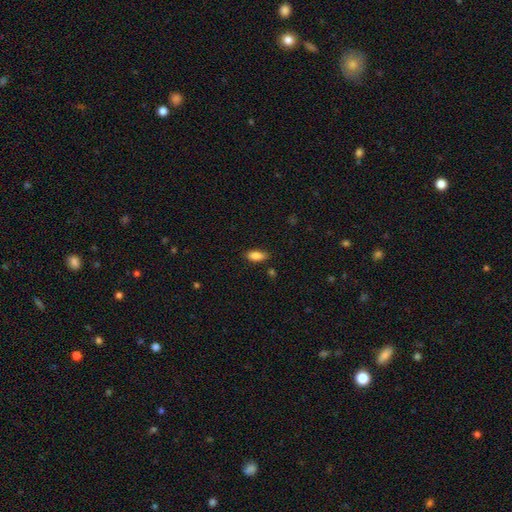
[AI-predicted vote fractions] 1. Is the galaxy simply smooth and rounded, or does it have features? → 86% smooth, 8% star or artifact, 6% featured or disk.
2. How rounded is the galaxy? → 86% in between, 11% cigar-shaped, 3% round.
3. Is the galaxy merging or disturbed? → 76% none, 19% minor disturbance, 3% major disturbance, 2% merger.